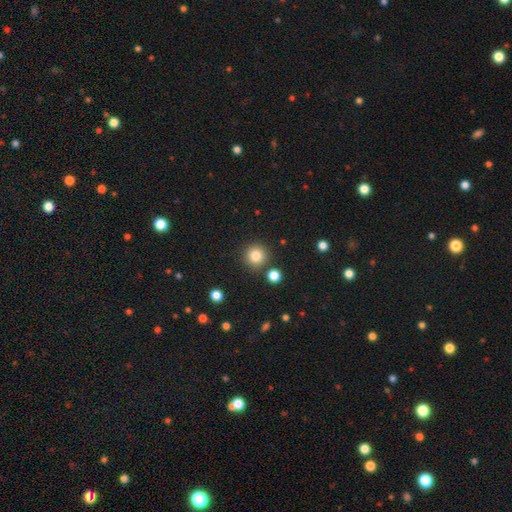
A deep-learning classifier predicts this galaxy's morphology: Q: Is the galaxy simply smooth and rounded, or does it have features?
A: smooth — 84%.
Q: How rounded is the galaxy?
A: round — 94%.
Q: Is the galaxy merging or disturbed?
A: none — 86%.